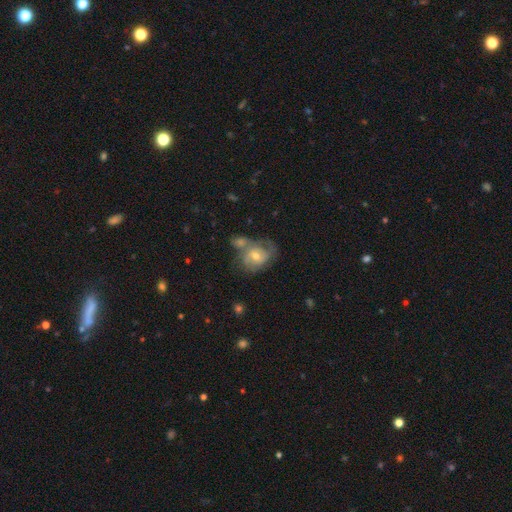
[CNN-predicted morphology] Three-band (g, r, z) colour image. It shows a featured or disk galaxy (61%) with no bar (65%), spiral arms (81%) and a moderate central bulge (60%). Merging: none (40%).